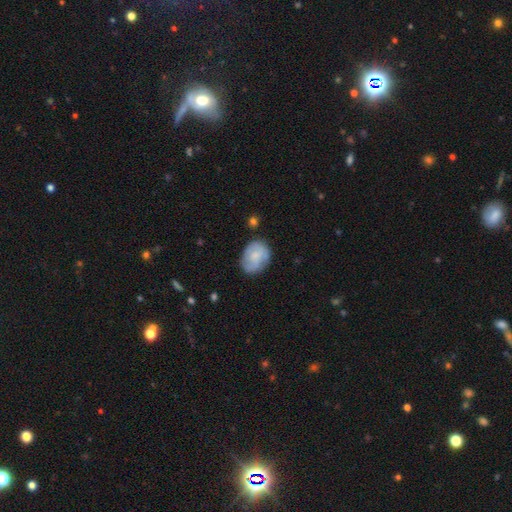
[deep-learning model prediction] A smooth galaxy with no disk features (58%) that is in between round and cigar-shaped (61%).

Vote fractions:
- Smooth or featured? smooth: 58% / featured or disk: 35% / star or artifact: 7%
- How rounded? in between: 61% / round: 38% / cigar-shaped: 1%
- Merging? none: 69% / minor disturbance: 22% / major disturbance: 6% / merger: 2%